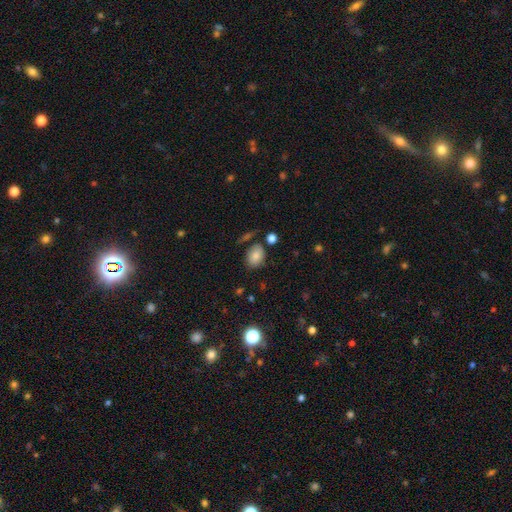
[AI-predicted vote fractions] Overall: smooth (82%). How rounded: in between (77%). Merging: none (72%).